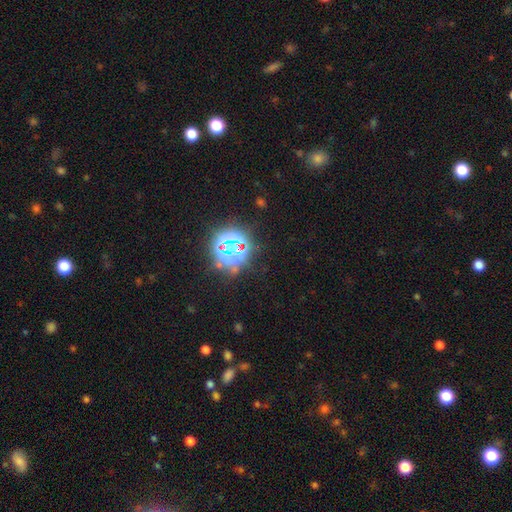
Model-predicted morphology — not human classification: Smooth or featured?
  - star or artifact: 79% *
  - smooth: 15%
  - featured or disk: 6%